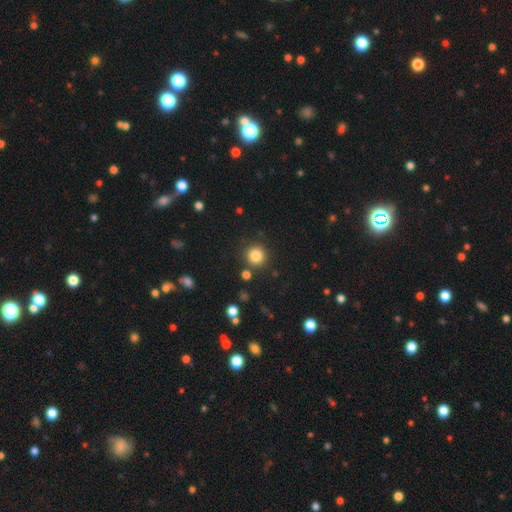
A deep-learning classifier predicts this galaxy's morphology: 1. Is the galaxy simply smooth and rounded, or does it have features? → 84% smooth, 11% star or artifact, 5% featured or disk.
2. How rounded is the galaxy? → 93% round, 6% in between, 1% cigar-shaped.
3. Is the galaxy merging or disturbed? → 86% none, 7% minor disturbance, 4% merger, 3% major disturbance.